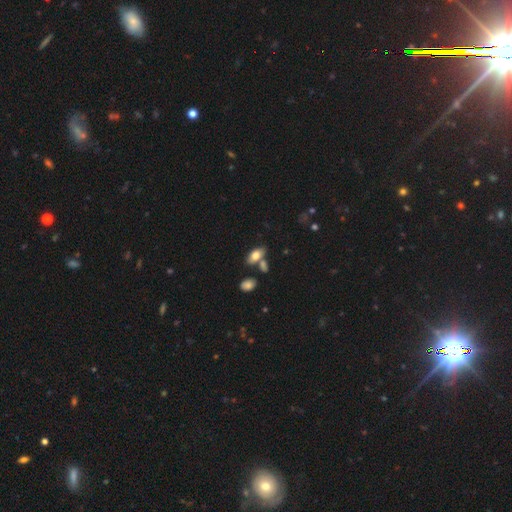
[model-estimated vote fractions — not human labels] smooth-or-featured: smooth: 75% | featured or disk: 17% | star or artifact: 8%
  how-rounded: in between: 87% | cigar-shaped: 9% | round: 4%
  merging: none: 62% | merger: 20% | minor disturbance: 14% | major disturbance: 4%